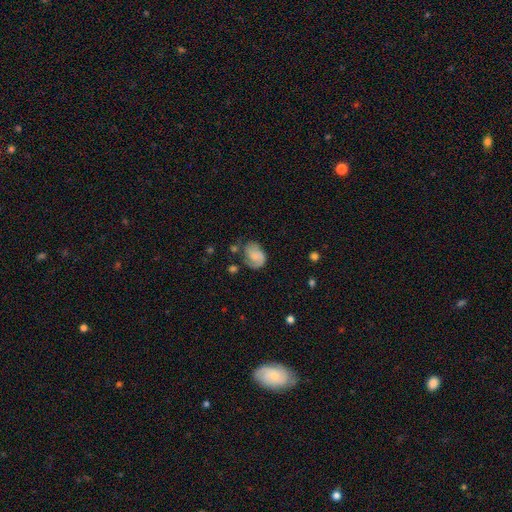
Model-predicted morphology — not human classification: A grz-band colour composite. It shows a featured or disk galaxy (46%). Merging: none (51%).